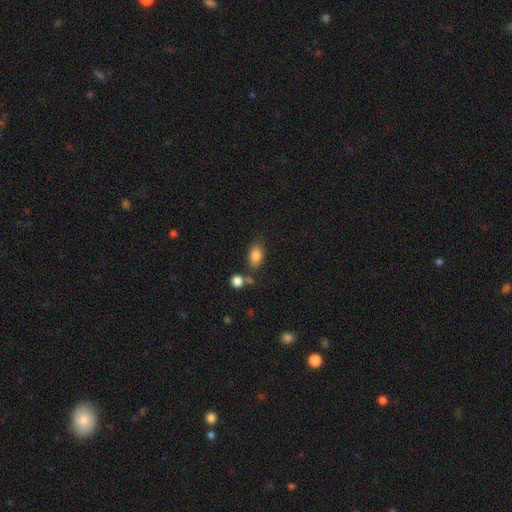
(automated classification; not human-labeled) Morphology: type=smooth (85%); roundness=in between (87%); merging=none (69%).